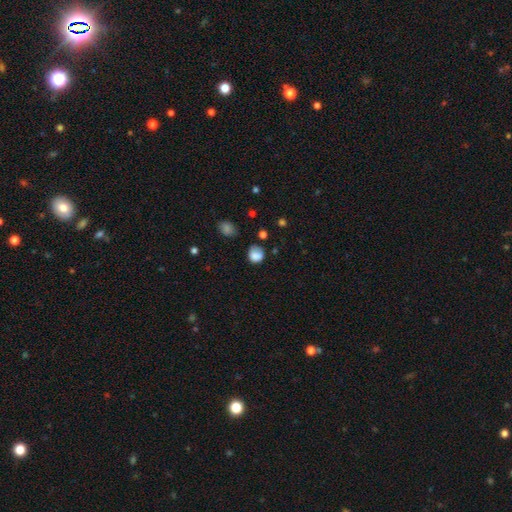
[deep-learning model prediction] The model was most divided on "merging": none: 49%, minor disturbance: 32%, major disturbance: 14%, merger: 5%. More confident: smooth or featured — smooth (80%); how rounded — round (66%).